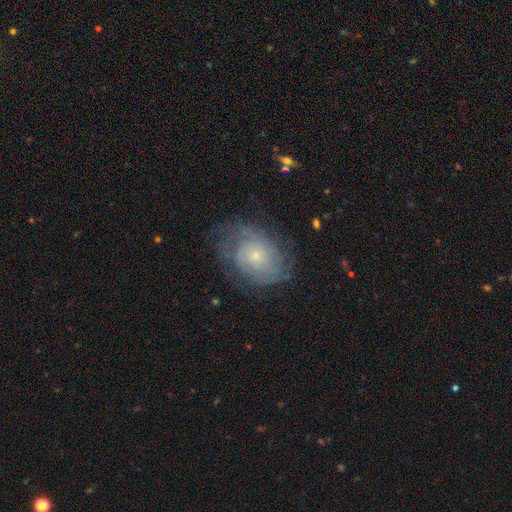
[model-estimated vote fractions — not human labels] smooth_or_featured: featured or disk (p=0.61) [alt: smooth p=0.30]
disk_edge_on: no (p=0.96) [alt: yes p=0.04]
bar: no (p=0.83) [alt: weak p=0.14]
has_spiral_arms: yes (p=0.81) [alt: no p=0.19]
bulge_size: small (p=0.76) [alt: moderate p=0.18]
merging: none (p=0.65) [alt: minor disturbance p=0.22]